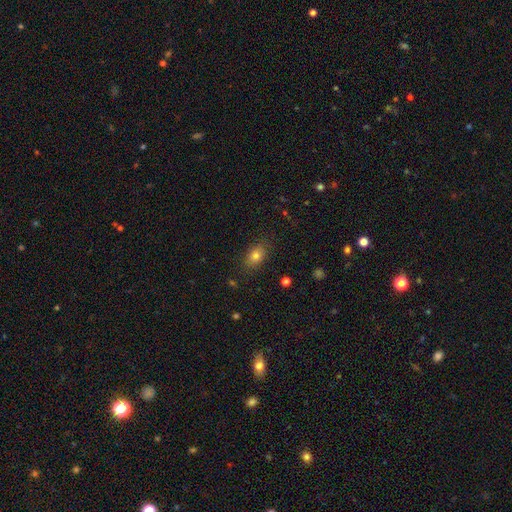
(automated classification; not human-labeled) Overall: smooth (76%). How rounded: in between (77%). Merging: none (84%).